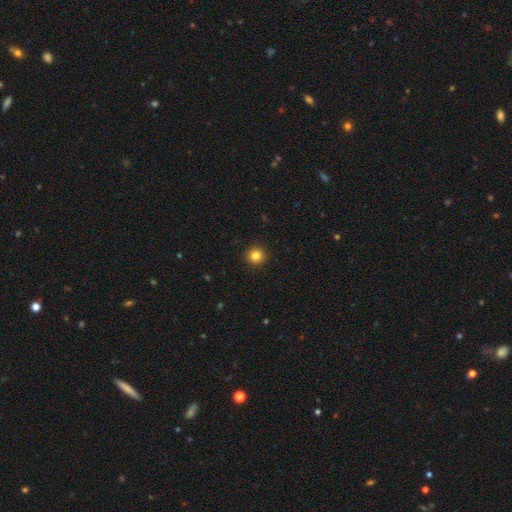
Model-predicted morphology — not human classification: This appears to be a smooth galaxy with no disk features (83%) that is round (95%). Merging: none (93%).